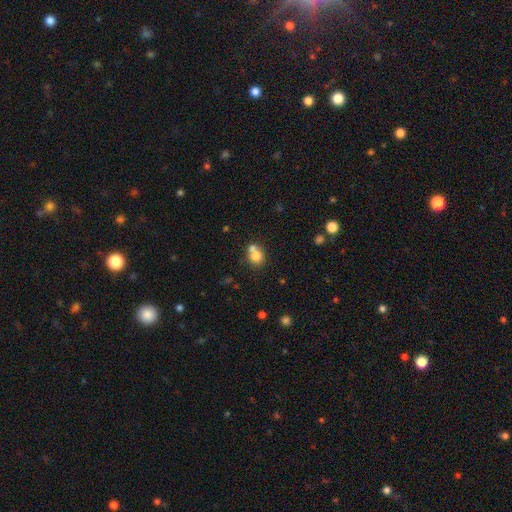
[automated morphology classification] A smooth galaxy with no disk features (76%) that is round (76%).

Vote fractions:
- Smooth or featured? smooth: 76% / featured or disk: 13% / star or artifact: 11%
- How rounded? round: 76% / in between: 23% / cigar-shaped: 1%
- Merging? merger: 48% / none: 41% / minor disturbance: 8% / major disturbance: 3%